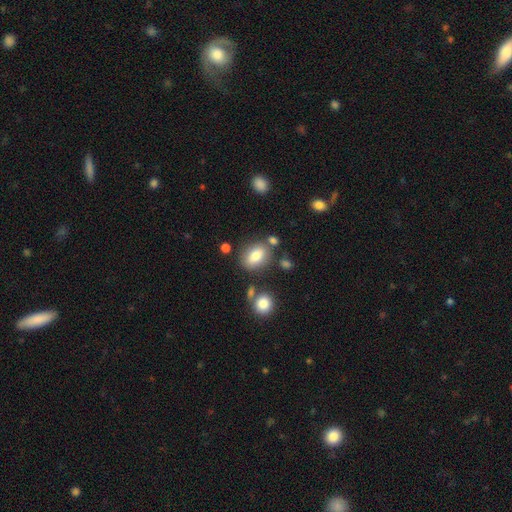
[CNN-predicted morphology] smooth 79%, featured or disk 12%, star or artifact 9%. Down the decision tree: how rounded — in between (76%); merging — none (71%).